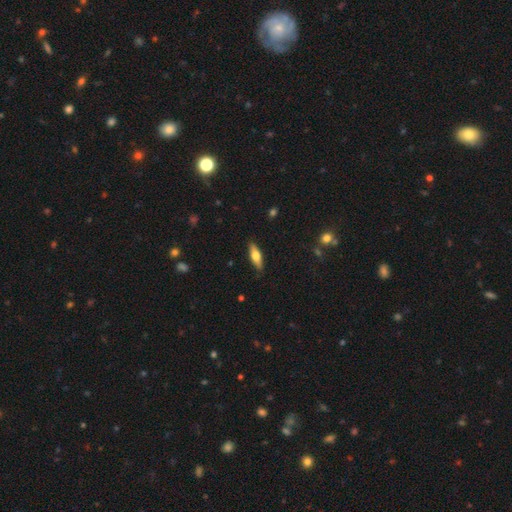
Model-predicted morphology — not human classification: A smooth galaxy with no disk features (61%) that is in between round and cigar-shaped (53%).

Vote fractions:
- Smooth or featured? smooth: 61% / featured or disk: 33% / star or artifact: 6%
- How rounded? in between: 53% / cigar-shaped: 44% / round: 3%
- Merging? none: 87% / minor disturbance: 10% / major disturbance: 2% / merger: 1%